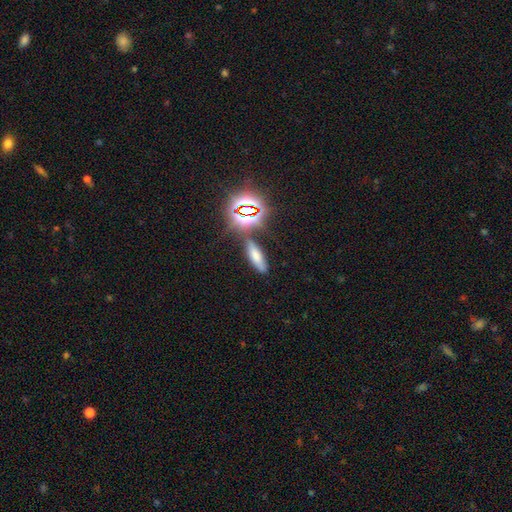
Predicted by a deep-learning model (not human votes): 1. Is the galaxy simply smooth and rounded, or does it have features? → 61% smooth, 25% star or artifact, 14% featured or disk.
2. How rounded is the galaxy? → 47% cigar-shaped, 46% in between, 7% round.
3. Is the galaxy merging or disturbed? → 76% none, 12% minor disturbance, 8% merger, 4% major disturbance.